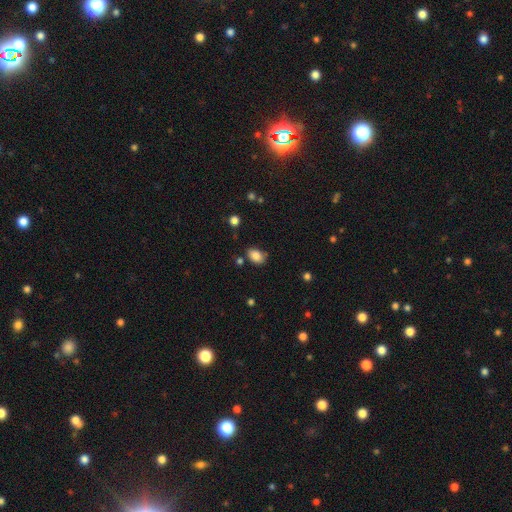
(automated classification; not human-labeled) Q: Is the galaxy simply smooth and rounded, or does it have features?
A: smooth — 84%.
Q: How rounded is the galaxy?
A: in between — 83%.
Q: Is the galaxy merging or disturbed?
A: none — 73%.